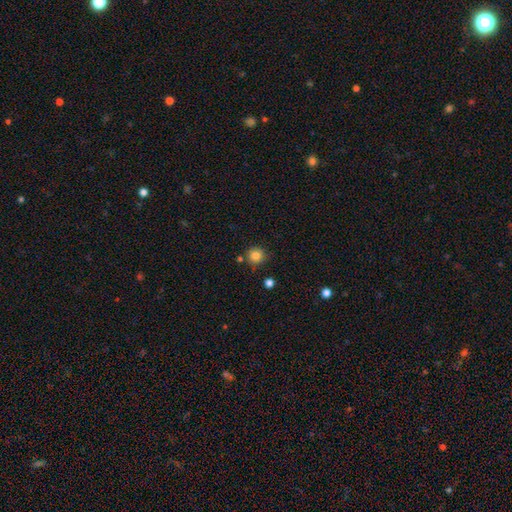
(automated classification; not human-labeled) A smooth galaxy with no disk features (83%) that is round (93%).

Vote fractions:
- Smooth or featured? smooth: 83% / star or artifact: 12% / featured or disk: 5%
- How rounded? round: 93% / in between: 6% / cigar-shaped: 1%
- Merging? none: 82% / minor disturbance: 10% / merger: 6% / major disturbance: 3%